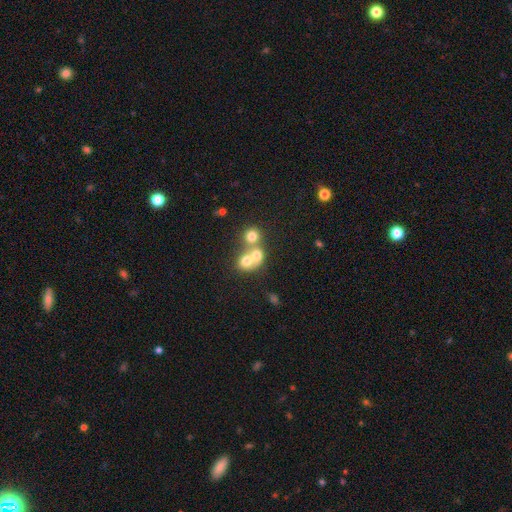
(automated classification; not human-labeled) Q: Smooth or featured?
A: smooth (63%); runner-up: featured or disk (24%)
Q: How rounded?
A: round (71%); runner-up: in between (28%)
Q: Merging?
A: merger (65%); runner-up: none (26%)